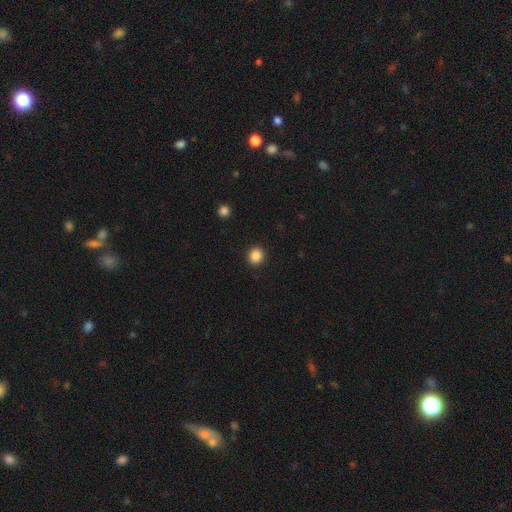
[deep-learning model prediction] Overall: smooth (87%). How rounded: round (84%). Merging: none (92%).